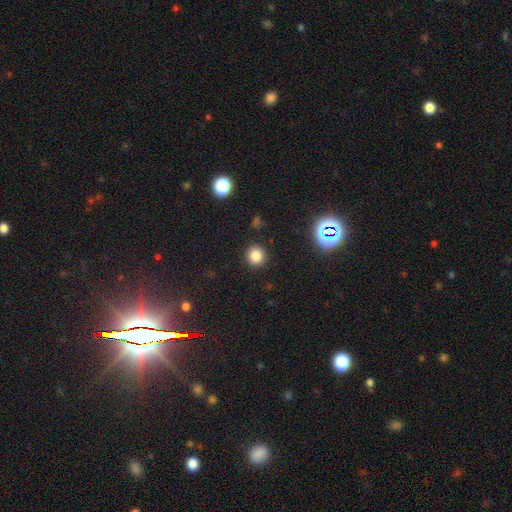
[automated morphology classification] Smooth or featured? Predicted: smooth (p=0.82). How rounded? Predicted: round (p=0.90). Merging? Predicted: none (p=0.90).